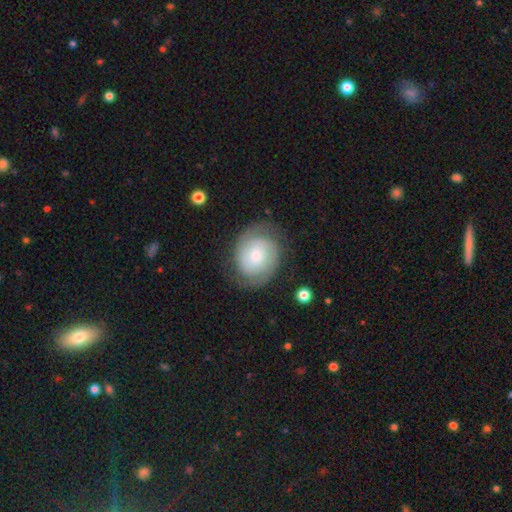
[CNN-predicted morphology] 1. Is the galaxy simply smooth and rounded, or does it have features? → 70% featured or disk, 24% smooth, 6% star or artifact.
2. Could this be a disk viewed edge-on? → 98% no, 2% yes.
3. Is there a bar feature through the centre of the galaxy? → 65% no, 30% weak, 5% strong.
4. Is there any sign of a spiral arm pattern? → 92% yes, 8% no.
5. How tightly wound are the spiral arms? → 60% tight, 31% medium, 9% loose.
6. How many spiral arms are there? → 78% 2, 12% can't tell, 4% 3, 3% 1, 2% 4, 2% more than 4.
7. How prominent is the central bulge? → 47% moderate, 40% small, 8% large, 3% none, 2% dominant.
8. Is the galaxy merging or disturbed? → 75% none, 16% minor disturbance, 7% major disturbance, 1% merger.